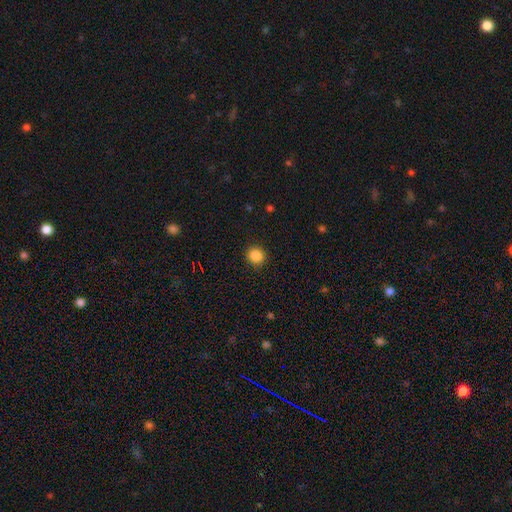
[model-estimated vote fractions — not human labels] smooth_or_featured: smooth (p=0.86) [alt: star or artifact p=0.11]
how_rounded: round (p=0.89) [alt: in between p=0.10]
merging: none (p=0.91) [alt: minor disturbance p=0.06]